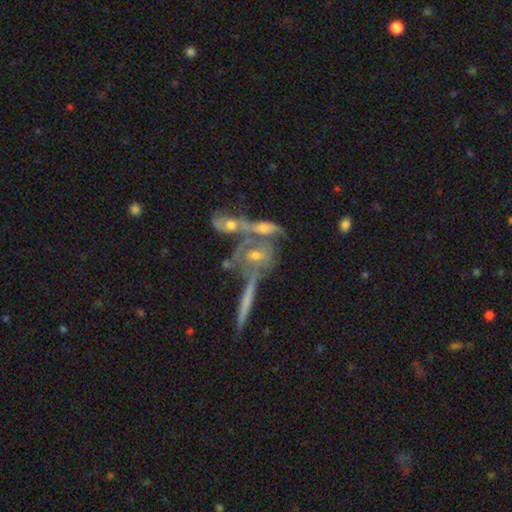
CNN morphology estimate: This appears to be a featured or disk galaxy (62%). Merging: merger (43%).